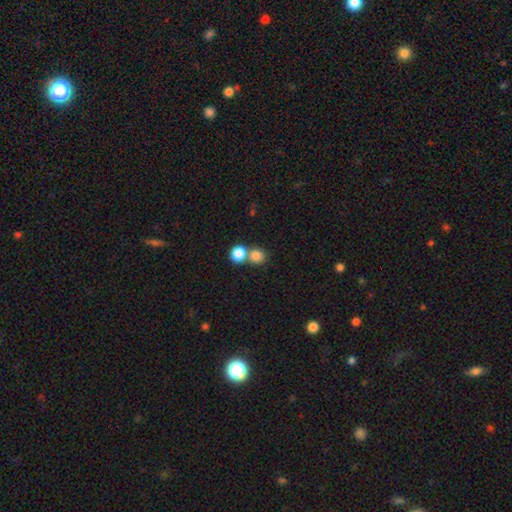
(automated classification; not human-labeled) This appears to be a smooth galaxy with no disk features (83%) that is round (86%). Merging: none (46%, tied with merger).